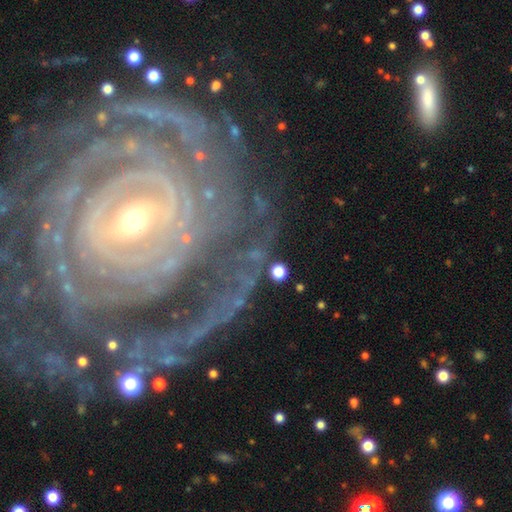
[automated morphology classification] Smooth or featured: featured or disk — 64% (star or artifact — 21%)
Edge-on disk: no — 91% (yes — 9%)
Bar: no — 42% (weak — 31%)
Spiral arms: yes — 90% (no — 10%)
Spiral winding: tight — 56% (medium — 30%)
Spiral arm count: 2 — 26% (can't tell — 25%)
Bulge size: small — 55% (moderate — 28%)
Merging: none — 65% (minor disturbance — 15%)